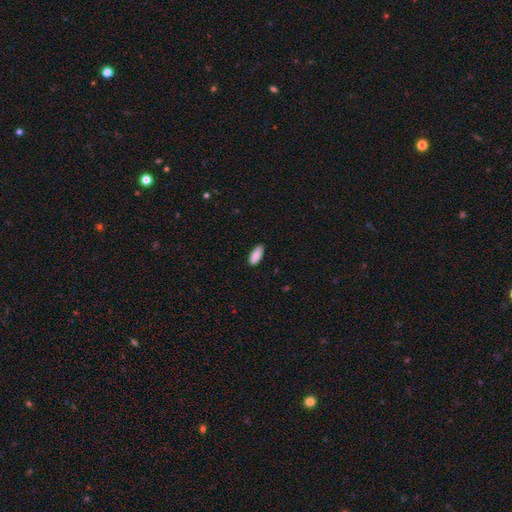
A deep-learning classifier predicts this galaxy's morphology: Overall: smooth (89%). How rounded: in between (85%). Merging: none (84%).